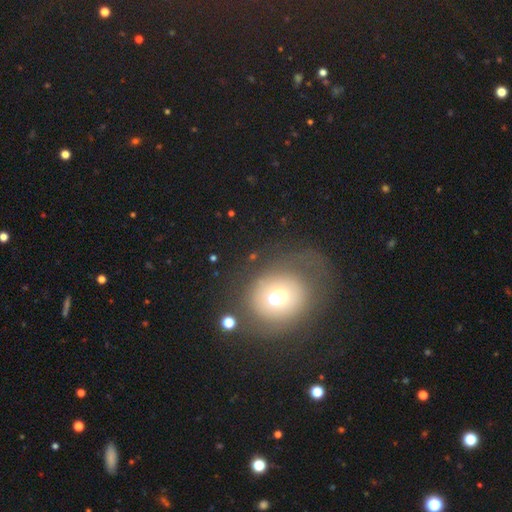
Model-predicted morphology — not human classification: This appears to be a featured or disk galaxy (38%). Merging: none (75%).